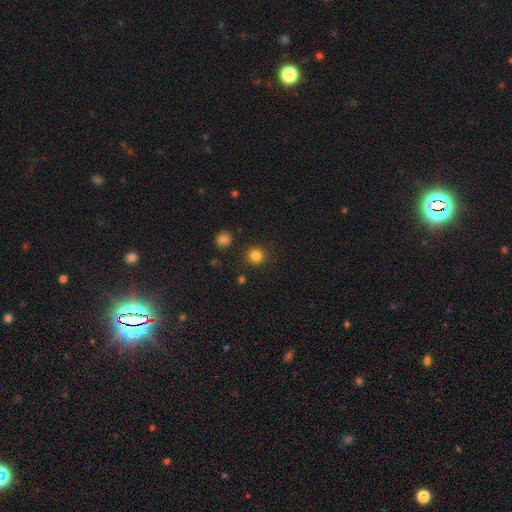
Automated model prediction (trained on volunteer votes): smooth-or-featured: smooth: 83% | star or artifact: 12% | featured or disk: 4%
  how-rounded: round: 90% | in between: 9% | cigar-shaped: 1%
  merging: none: 88% | minor disturbance: 7% | major disturbance: 3% | merger: 2%